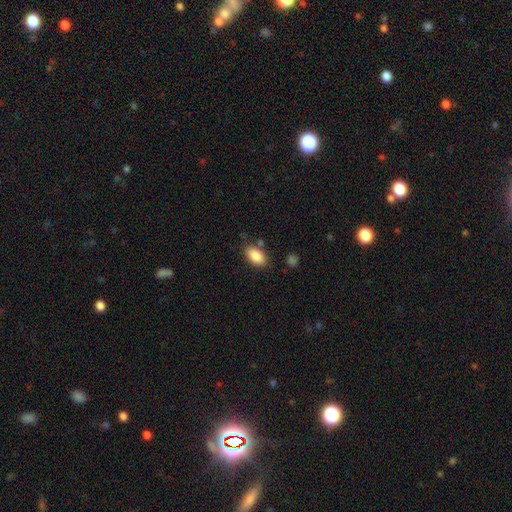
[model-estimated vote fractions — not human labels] smooth_or_featured: smooth (p=0.88) [alt: star or artifact p=0.07]
how_rounded: in between (p=0.92) [alt: round p=0.05]
merging: none (p=0.79) [alt: minor disturbance p=0.13]